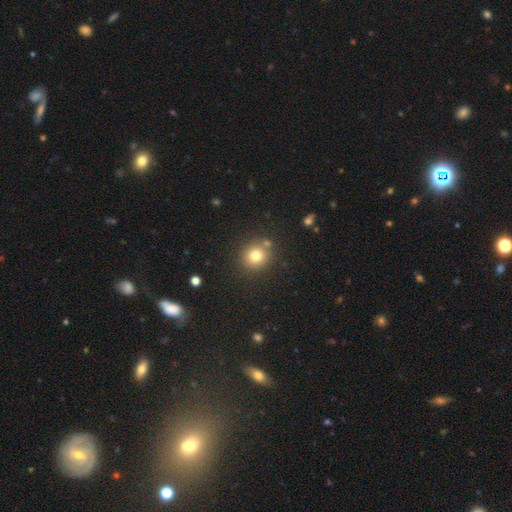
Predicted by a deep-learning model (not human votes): Smooth or featured?
  - smooth: 78% *
  - star or artifact: 14%
  - featured or disk: 8%
How rounded?
  - round: 86% *
  - in between: 14%
  - cigar-shaped: 1%
Merging?
  - none: 80% *
  - minor disturbance: 9%
  - merger: 8%
  - major disturbance: 3%